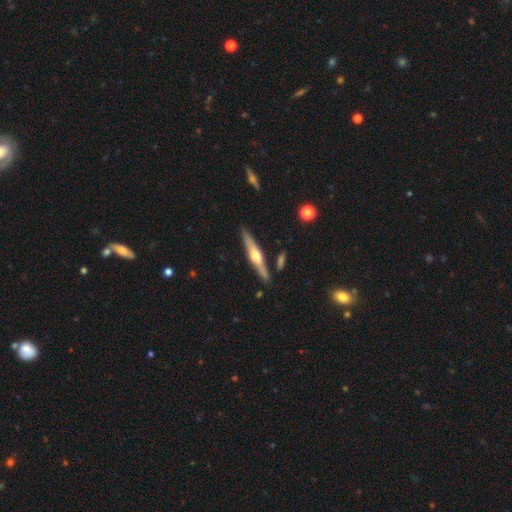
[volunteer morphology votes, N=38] featured or disk 74%, smooth 16%, star or artifact 11%. Down the decision tree: edge-on disk — yes (96%); edge-on bulge — rounded (89%); merging — none (91%).